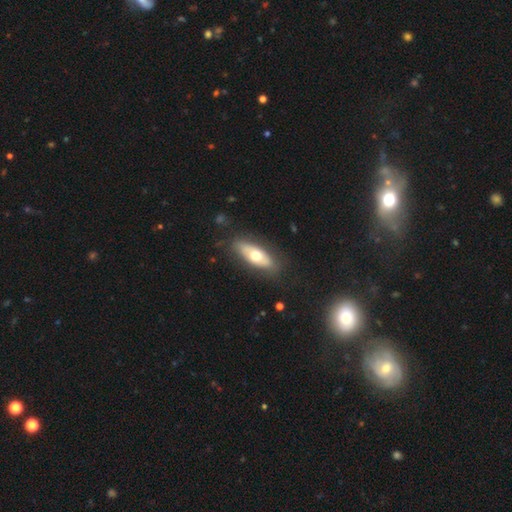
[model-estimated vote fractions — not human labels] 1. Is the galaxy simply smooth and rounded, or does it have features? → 55% smooth, 40% featured or disk, 6% star or artifact.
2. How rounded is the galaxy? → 73% in between, 24% cigar-shaped, 3% round.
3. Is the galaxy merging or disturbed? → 81% none, 13% minor disturbance, 4% major disturbance, 2% merger.